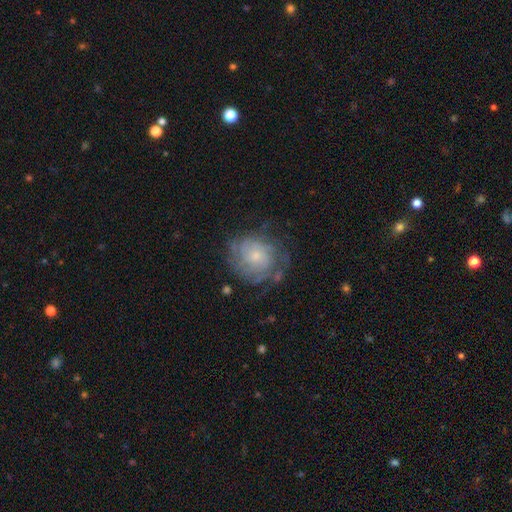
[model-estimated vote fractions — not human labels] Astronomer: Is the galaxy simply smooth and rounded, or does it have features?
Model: featured or disk — 72%.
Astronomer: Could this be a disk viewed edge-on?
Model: no — 98%.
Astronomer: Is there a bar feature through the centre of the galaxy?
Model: no — 80%.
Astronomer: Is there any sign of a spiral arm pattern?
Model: yes — 88%.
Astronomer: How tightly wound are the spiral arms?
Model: tight — 68%.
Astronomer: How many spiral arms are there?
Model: can't tell — 50%.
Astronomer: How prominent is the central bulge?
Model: small — 65%.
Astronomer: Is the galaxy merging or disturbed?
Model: none — 67%.